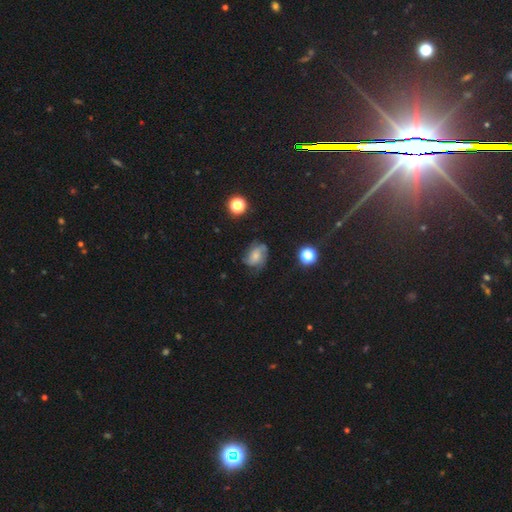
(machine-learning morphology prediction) This is possibly a featured or disk galaxy (59%). It is clearly not viewed edge-on (97%). Bar: likely no (66%). Spiral arm pattern: clearly yes (89%). Spiral arm count: marginally 2 (36%). Spiral winding: possibly medium (45%). Central bulge: possibly small (46%). Merging: possibly none (57%).